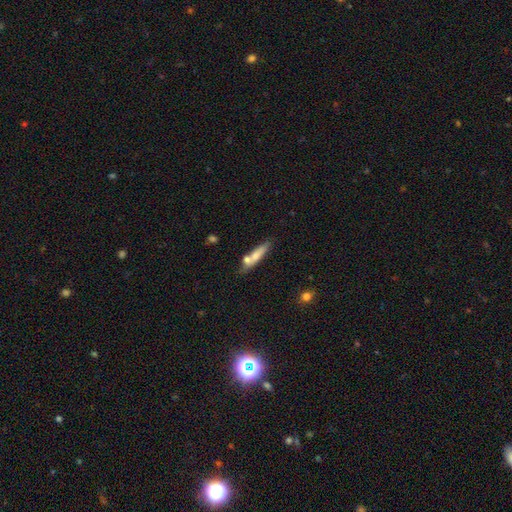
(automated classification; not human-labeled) Q: Smooth or featured?
A: smooth (66%); runner-up: featured or disk (27%)
Q: How rounded?
A: cigar-shaped (81%); runner-up: in between (16%)
Q: Merging?
A: none (62%); runner-up: merger (19%)